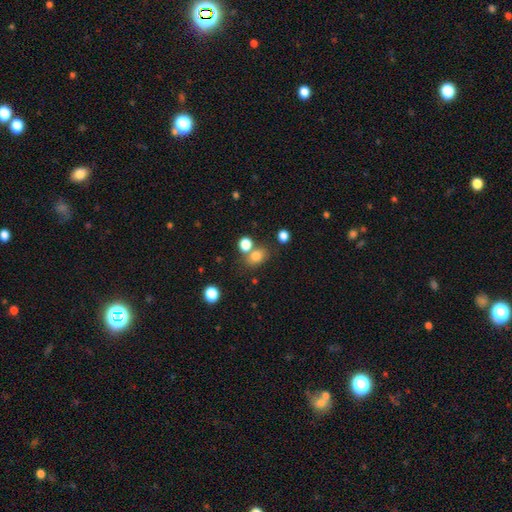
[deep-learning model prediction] smooth-or-featured: smooth: 79% | star or artifact: 14% | featured or disk: 8%
  how-rounded: in between: 53% | round: 45% | cigar-shaped: 1%
  merging: none: 59% | merger: 23% | minor disturbance: 12% | major disturbance: 5%